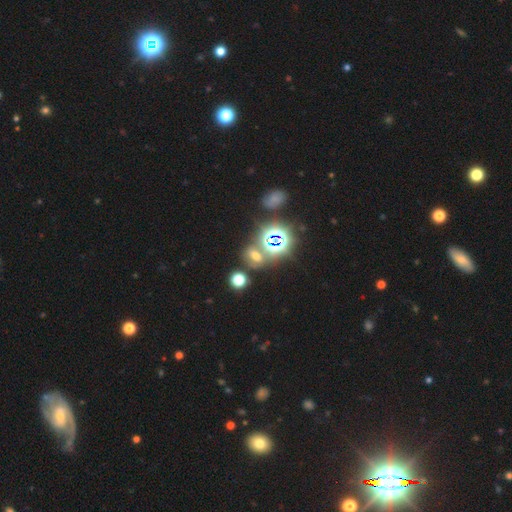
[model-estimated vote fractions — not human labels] smooth-or-featured: star or artifact: 48% | smooth: 37% | featured or disk: 15%